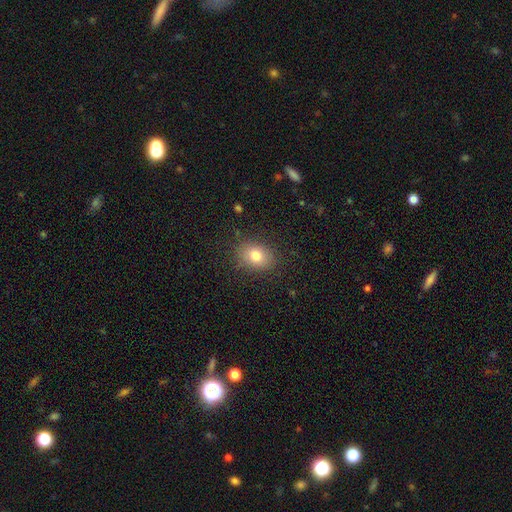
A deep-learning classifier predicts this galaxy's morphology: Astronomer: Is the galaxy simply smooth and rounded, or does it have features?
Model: smooth — 79%.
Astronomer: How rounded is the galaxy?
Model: in between — 65%.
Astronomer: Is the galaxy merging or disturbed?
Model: none — 83%.